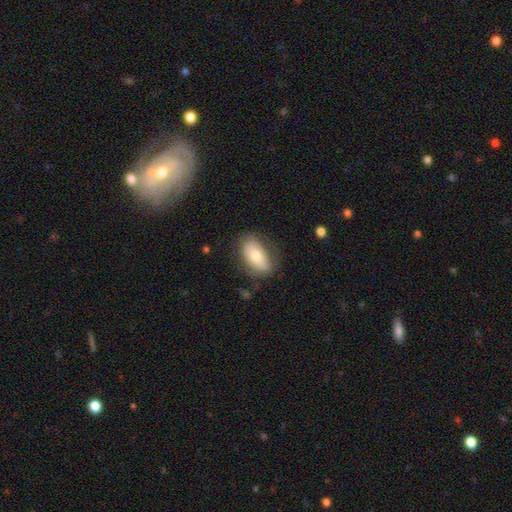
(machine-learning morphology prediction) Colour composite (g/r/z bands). It shows a smooth galaxy with no disk features (73%) that is in between round and cigar-shaped (91%). Merging: none (77%).